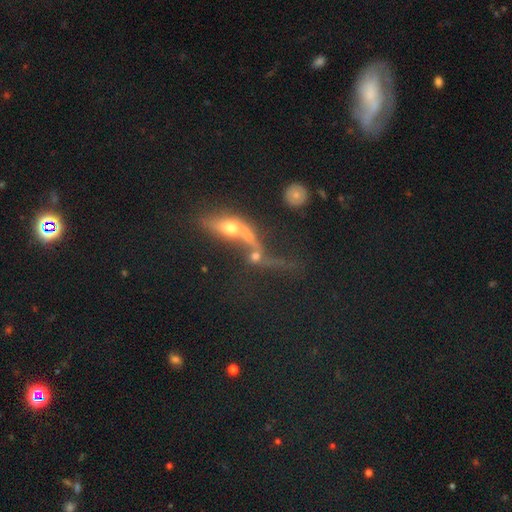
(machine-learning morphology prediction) Smooth or featured: smooth — 34% (star or artifact — 33%)
Merging: merger — 35% (none — 34%)